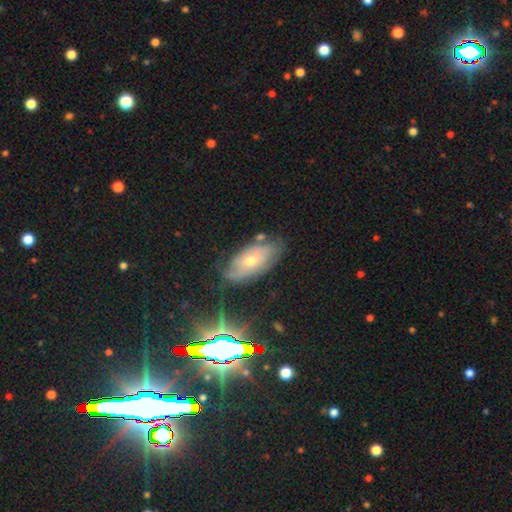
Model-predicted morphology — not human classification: smooth_or_featured: featured or disk (p=0.49) [alt: smooth p=0.35]
merging: none (p=0.67) [alt: minor disturbance p=0.23]